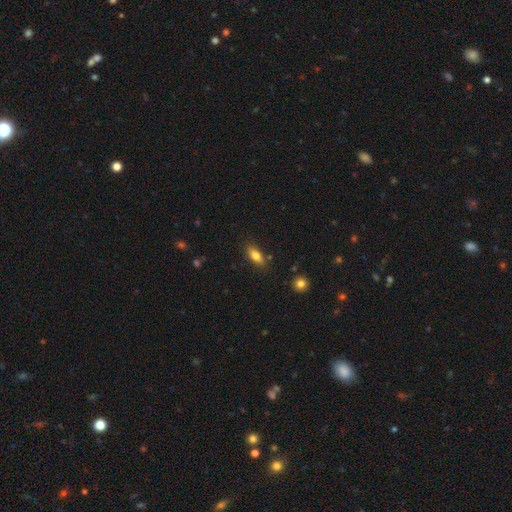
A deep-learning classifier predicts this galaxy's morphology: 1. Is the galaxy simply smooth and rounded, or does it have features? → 80% smooth, 12% featured or disk, 8% star or artifact.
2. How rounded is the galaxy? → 81% in between, 16% cigar-shaped, 3% round.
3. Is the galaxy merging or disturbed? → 81% none, 13% minor disturbance, 3% major disturbance, 3% merger.